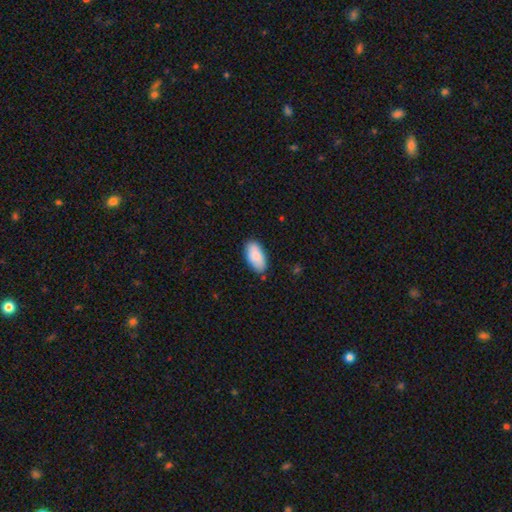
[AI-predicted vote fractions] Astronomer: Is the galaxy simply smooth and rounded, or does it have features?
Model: smooth — 85%.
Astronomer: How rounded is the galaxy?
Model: in between — 94%.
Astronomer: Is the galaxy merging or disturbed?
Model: none — 83%.